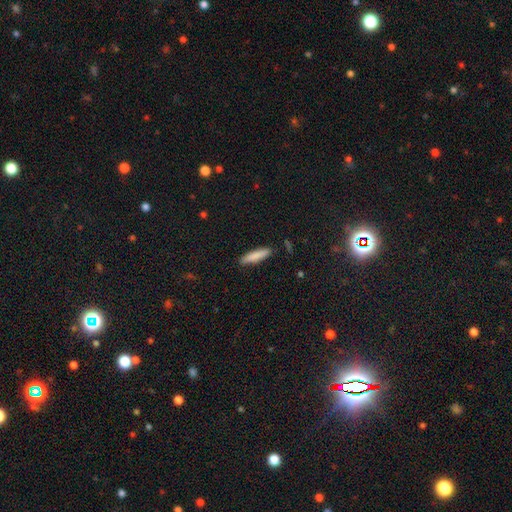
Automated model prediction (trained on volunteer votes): A smooth galaxy with no disk features (84%) that is cigar-shaped (83%).

Vote fractions:
- Smooth or featured? smooth: 84% / featured or disk: 11% / star or artifact: 6%
- How rounded? cigar-shaped: 83% / in between: 16% / round: 1%
- Merging? none: 87% / minor disturbance: 9% / major disturbance: 2% / merger: 1%